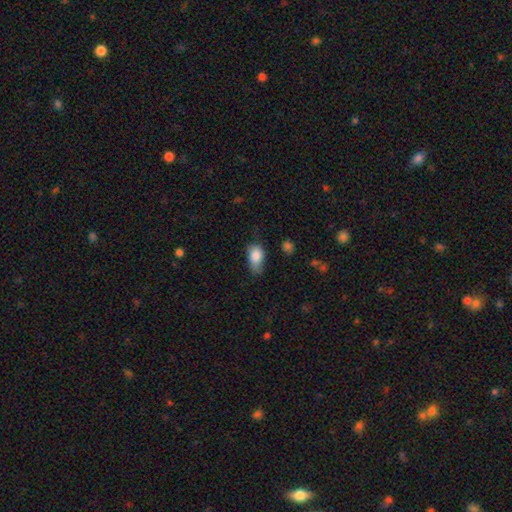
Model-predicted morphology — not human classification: A smooth galaxy with no disk features (84%) that is in between round and cigar-shaped (87%). Merging: minor disturbance (44%).